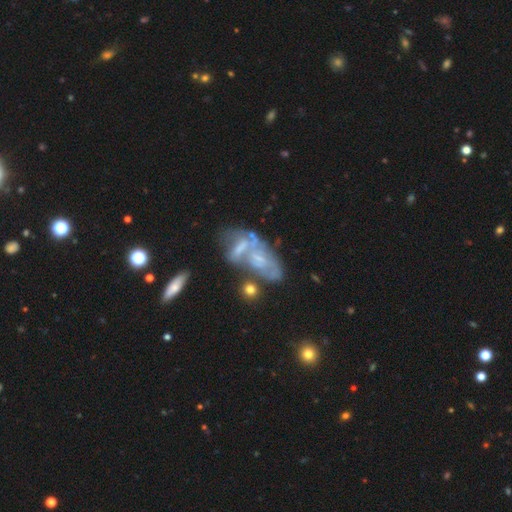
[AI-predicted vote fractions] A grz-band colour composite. It shows a featured or disk galaxy (67%) with no bar (69%), spiral arms (50%, tied with no) and a small central bulge (47%). Merging: merger (42%).